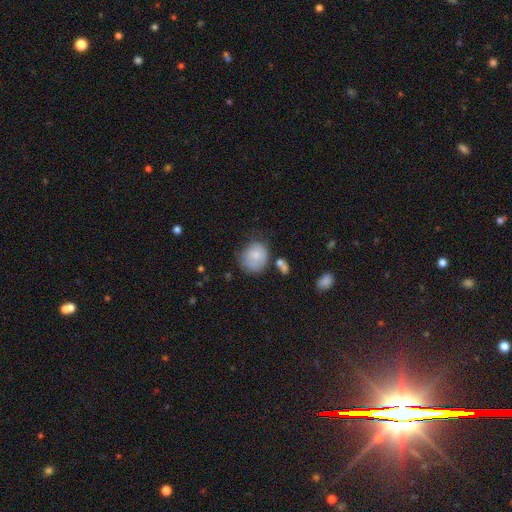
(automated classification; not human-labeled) Overall: smooth (80%). How rounded: round (70%). Merging: none (56%; minor disturbance 27%).